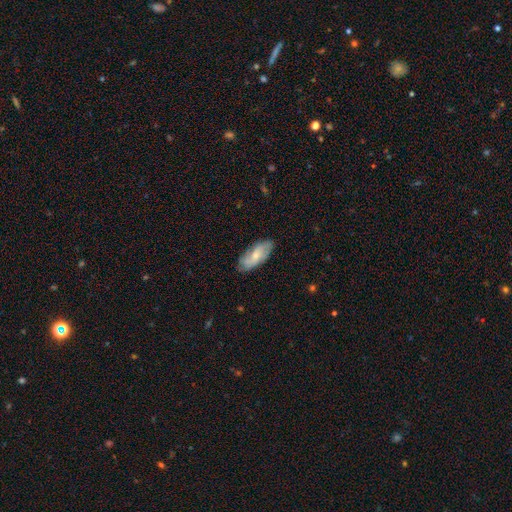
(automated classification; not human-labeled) This appears to be a smooth galaxy with no disk features (58%) that is in between round and cigar-shaped (83%). Merging: none (74%).